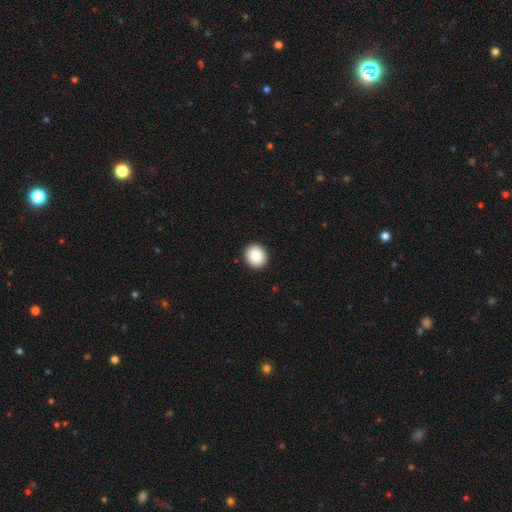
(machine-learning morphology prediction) Overall: smooth (87%). How rounded: round (83%). Merging: none (92%).